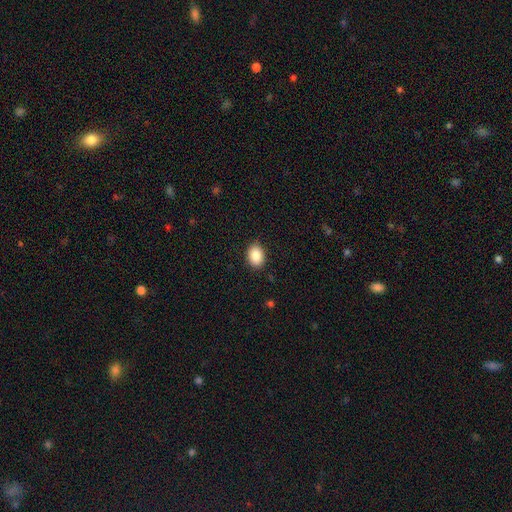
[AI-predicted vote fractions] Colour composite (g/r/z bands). It shows a smooth galaxy with no disk features (88%) that is in between round and cigar-shaped (71%). Merging: none (87%).